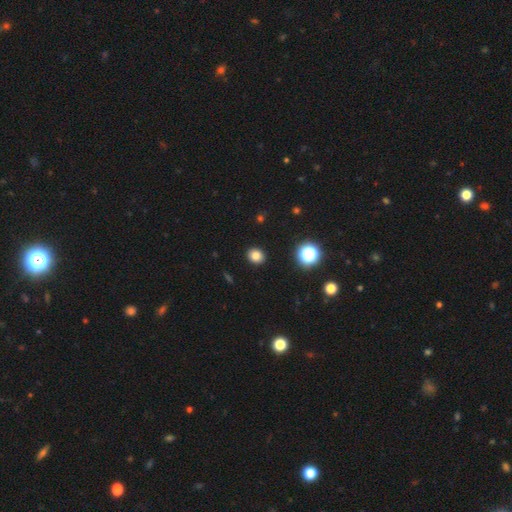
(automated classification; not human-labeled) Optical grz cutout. It shows a smooth galaxy with no disk features (81%) that is round (71%). Merging: none (92%).